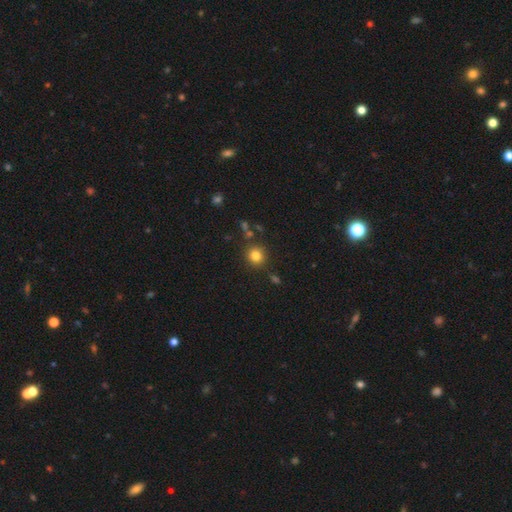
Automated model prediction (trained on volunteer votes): This appears to be a smooth galaxy with no disk features (81%) that is round (90%). Merging: none (84%).